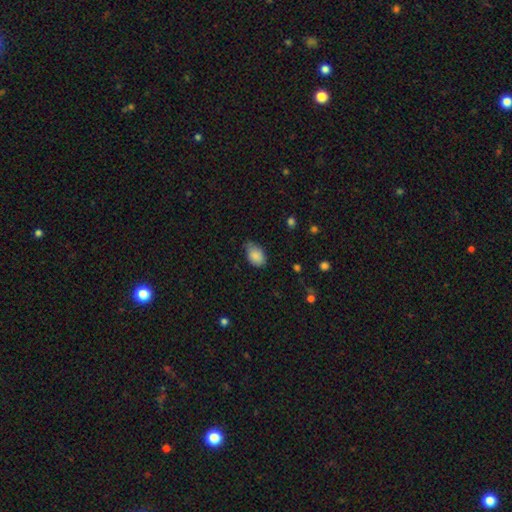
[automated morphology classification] This is clearly a smooth galaxy (86%). How rounded: clearly in between (87%). Merging: possibly none (54%).